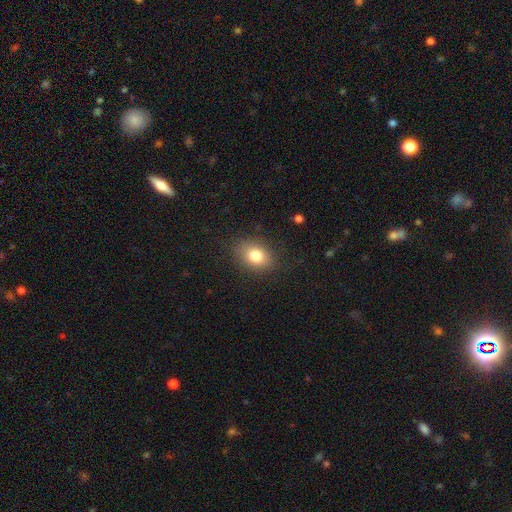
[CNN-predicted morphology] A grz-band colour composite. It shows a smooth galaxy with no disk features (80%) that is in between round and cigar-shaped (65%). Merging: none (83%).